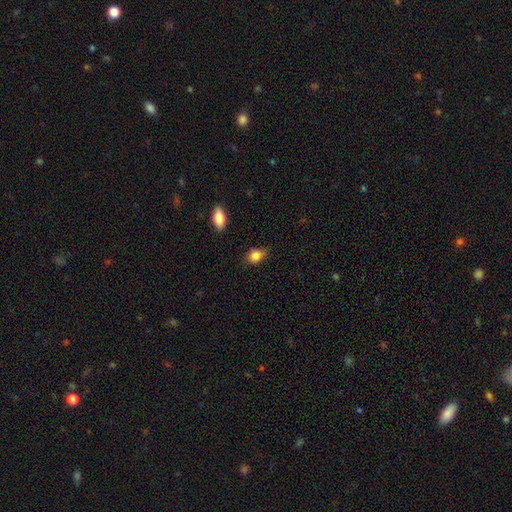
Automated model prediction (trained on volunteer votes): A smooth galaxy with no disk features (84%) that is in between round and cigar-shaped (55%). Merging: none (65%).